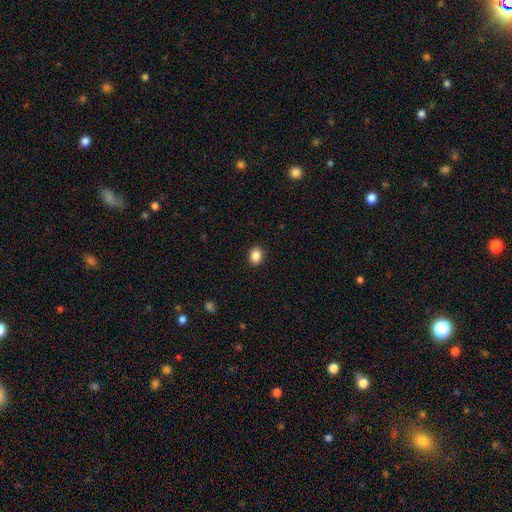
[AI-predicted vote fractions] smooth 87%, star or artifact 9%, featured or disk 4%. Down the decision tree: how rounded — in between (53%); merging — none (91%).